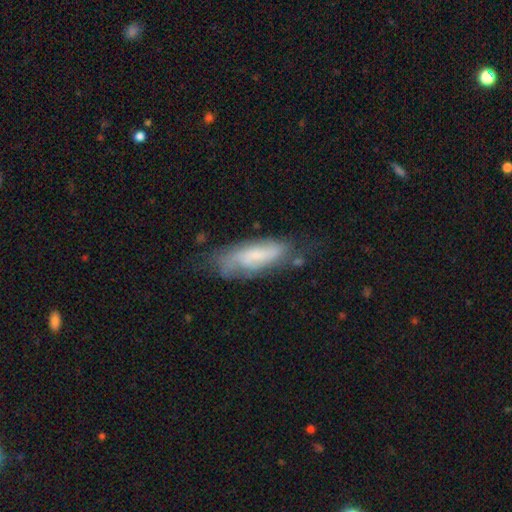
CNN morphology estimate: Overall: featured or disk (50%; smooth 42%). Merging: none (54%; minor disturbance 29%).